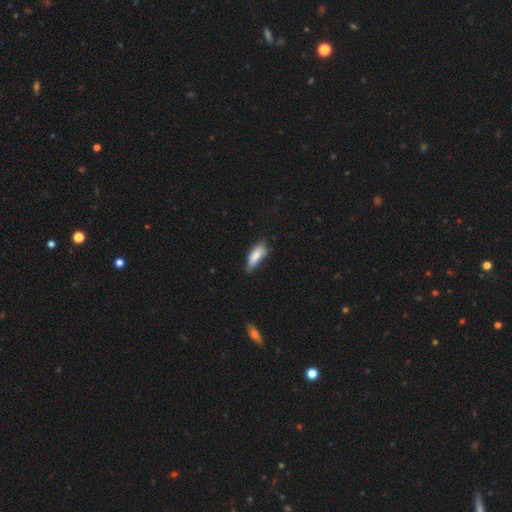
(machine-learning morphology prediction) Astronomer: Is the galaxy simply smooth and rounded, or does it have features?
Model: smooth — 79%.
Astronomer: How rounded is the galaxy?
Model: in between — 69%.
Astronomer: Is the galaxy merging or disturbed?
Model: none — 53% (runner-up: minor disturbance, 37%).